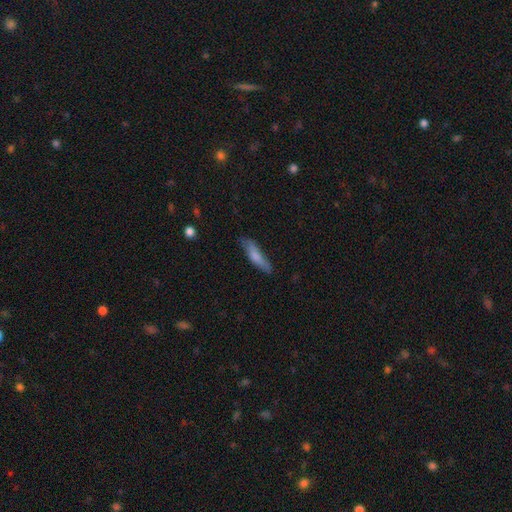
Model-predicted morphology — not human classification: Smooth or featured?
  - smooth: 72% *
  - featured or disk: 22%
  - star or artifact: 6%
How rounded?
  - cigar-shaped: 75% *
  - in between: 24%
  - round: 2%
Merging?
  - none: 73% *
  - minor disturbance: 21%
  - major disturbance: 5%
  - merger: 2%